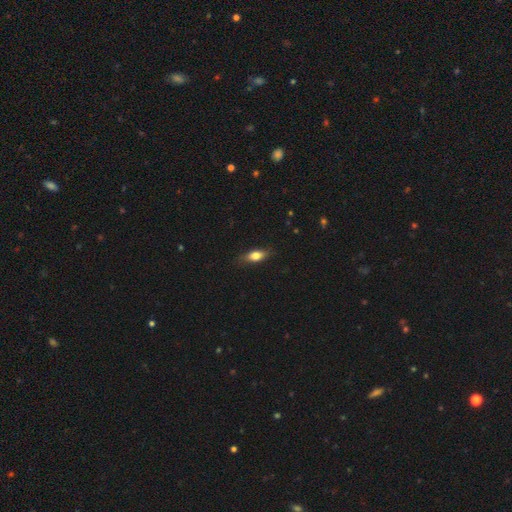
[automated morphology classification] This is likely a smooth galaxy (72%). How rounded: likely in between (73%). Merging: clearly none (80%).